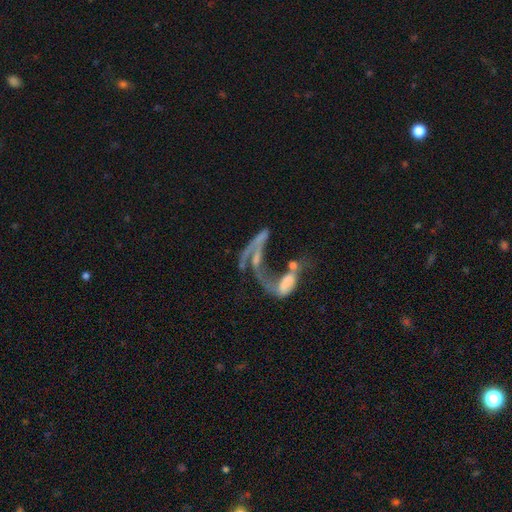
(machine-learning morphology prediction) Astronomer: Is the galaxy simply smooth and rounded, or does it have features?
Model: featured or disk — 65%.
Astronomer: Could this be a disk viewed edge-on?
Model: no — 89%.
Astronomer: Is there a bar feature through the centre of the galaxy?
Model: no — 64%.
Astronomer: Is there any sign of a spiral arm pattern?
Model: yes — 51% (runner-up: no, 49%).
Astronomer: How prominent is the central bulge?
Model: none — 52%.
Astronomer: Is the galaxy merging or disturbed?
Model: merger — 56%.